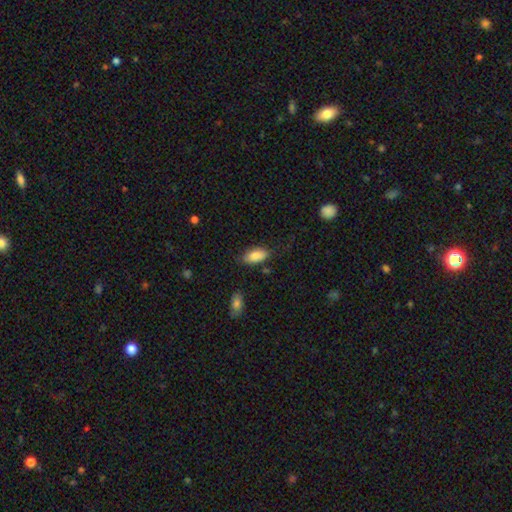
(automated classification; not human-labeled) Smooth or featured? smooth (85%)
How rounded? in between (92%)
Merging? none (72%)